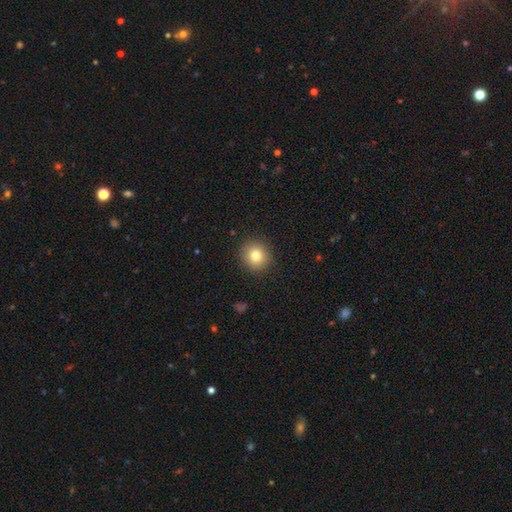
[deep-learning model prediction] Morphology: type=smooth (80%); roundness=round (91%); merging=none (91%).